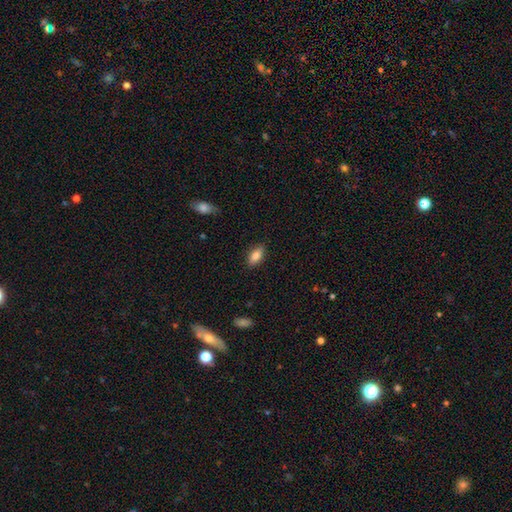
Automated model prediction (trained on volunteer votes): Smooth or featured?
  - smooth: 82% *
  - featured or disk: 11%
  - star or artifact: 7%
How rounded?
  - in between: 85% *
  - cigar-shaped: 11%
  - round: 3%
Merging?
  - none: 86% *
  - minor disturbance: 10%
  - major disturbance: 2%
  - merger: 1%